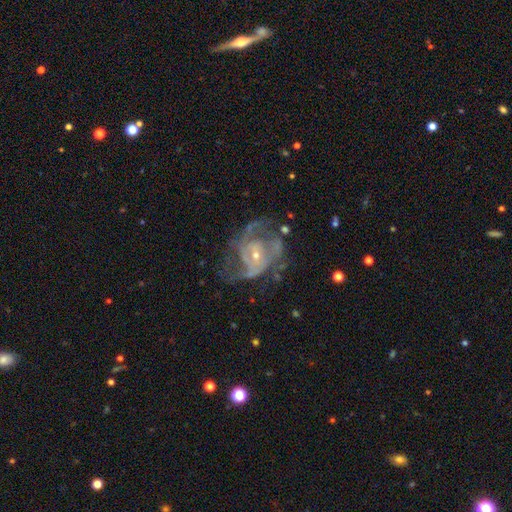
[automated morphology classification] smooth-or-featured: featured or disk: 83% | smooth: 9% | star or artifact: 8%
  disk-edge-on: no: 97% | yes: 3%
    bar: no: 66% | weak: 28% | strong: 6%
    has-spiral-arms: yes: 84% | no: 16%
      spiral-winding: medium: 46% | tight: 32% | loose: 22%
      spiral-arm-count: 2: 31% | can't tell: 30% | 3: 22% | 4: 7% | 1: 6% | more than 4: 4%
    bulge-size: small: 67% | moderate: 29% | none: 2% | large: 1% | dominant: 1%
  merging: none: 45% | major disturbance: 31% | minor disturbance: 21% | merger: 3%